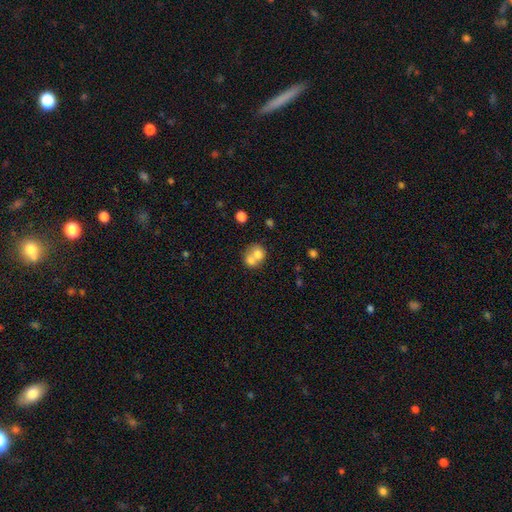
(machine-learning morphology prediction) smooth 69%, featured or disk 22%, star or artifact 9%. Down the decision tree: how rounded — round (67%); merging — merger (66%).